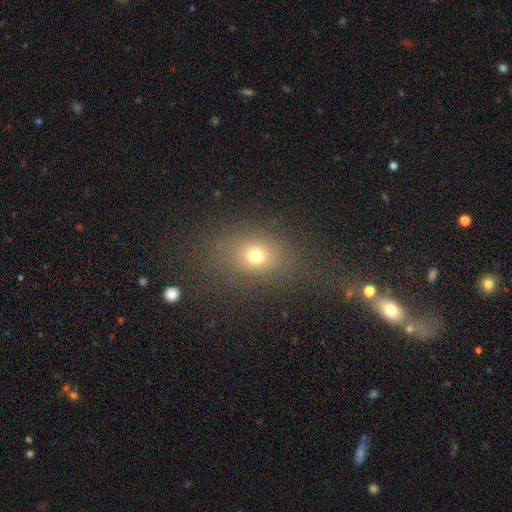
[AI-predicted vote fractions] Smooth or featured? smooth (71%)
How rounded? in between (55%)
Merging? none (77%)